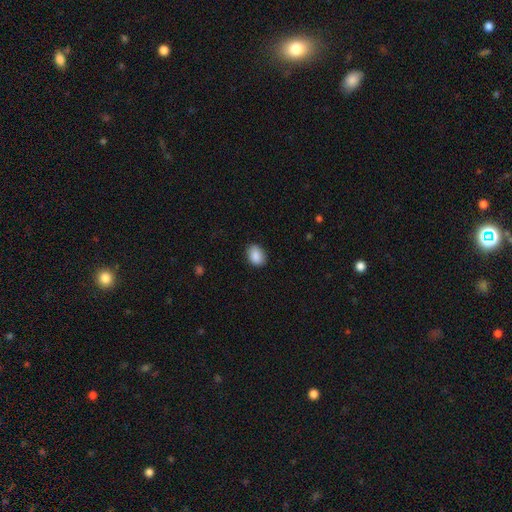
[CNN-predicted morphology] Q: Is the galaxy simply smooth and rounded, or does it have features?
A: smooth — 88%.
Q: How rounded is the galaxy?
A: in between — 73%.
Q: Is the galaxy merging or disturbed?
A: none — 86%.